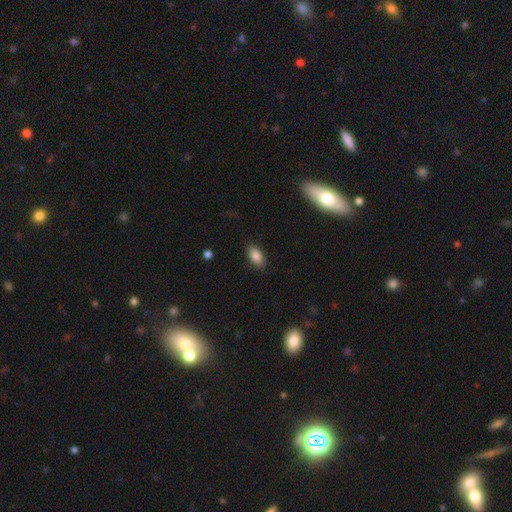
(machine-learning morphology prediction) Overall: smooth (86%). How rounded: in between (91%). Merging: none (86%).